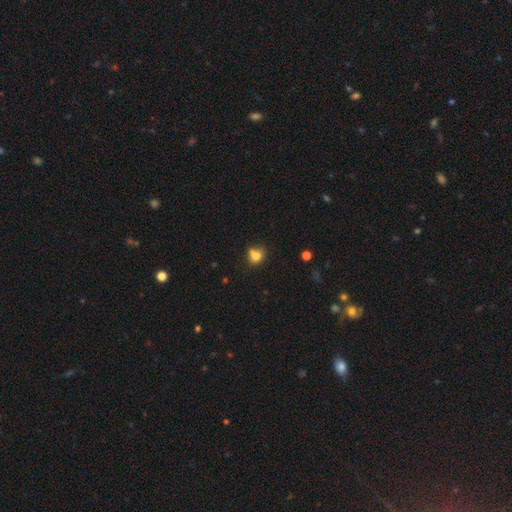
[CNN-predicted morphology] smooth 76%, star or artifact 12%, featured or disk 11%. Down the decision tree: how rounded — round (70%); merging — none (49%).